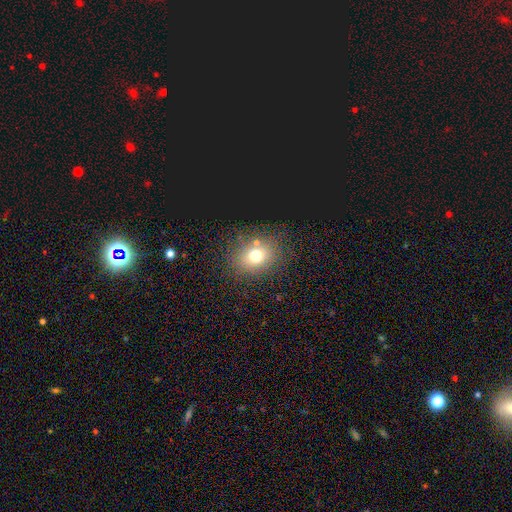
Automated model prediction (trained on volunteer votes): smooth_or_featured: smooth (p=0.69) [alt: star or artifact p=0.19]
how_rounded: round (p=0.65) [alt: in between p=0.34]
merging: none (p=0.80) [alt: minor disturbance p=0.11]